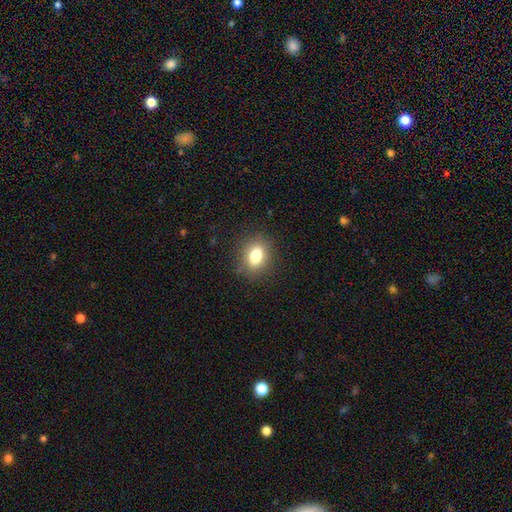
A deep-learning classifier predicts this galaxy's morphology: This is likely a smooth galaxy (79%). How rounded: likely in between (63%). Merging: clearly none (87%).